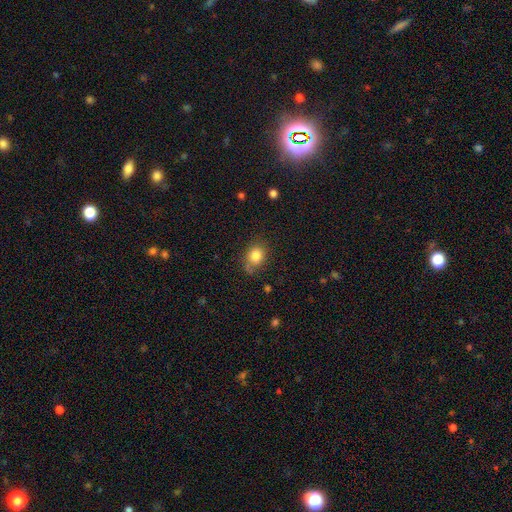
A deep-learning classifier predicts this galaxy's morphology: A smooth galaxy with no disk features (81%) that is round (52%). Merging: none (66%).